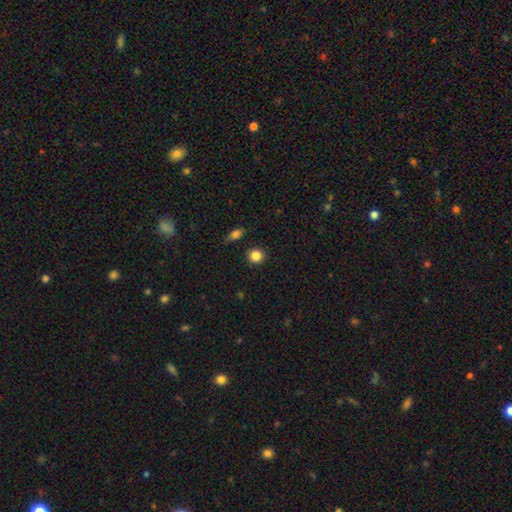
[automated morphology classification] type=smooth (85%); roundness=round (91%); merging=none (89%).